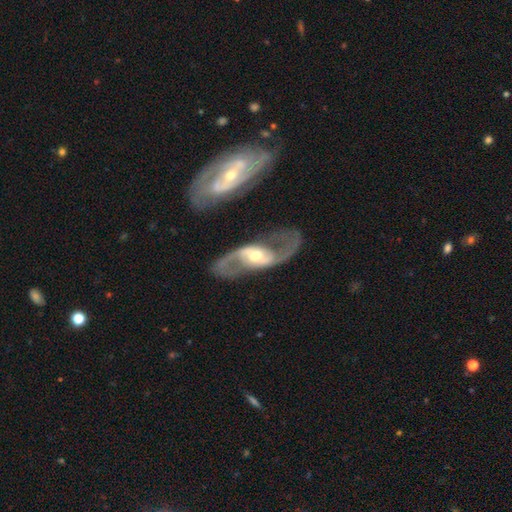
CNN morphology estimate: Q: Smooth or featured?
A: featured or disk (88%); runner-up: smooth (8%)
Q: Edge-on disk?
A: no (92%); runner-up: yes (8%)
Q: Bar?
A: weak (35%); runner-up: no (33%)
Q: Spiral arms?
A: yes (91%); runner-up: no (9%)
Q: Spiral winding?
A: loose (44%); runner-up: medium (43%)
Q: Spiral arm count?
A: 2 (91%); runner-up: can't tell (3%)
Q: Bulge size?
A: moderate (64%); runner-up: small (23%)
Q: Merging?
A: none (71%); runner-up: minor disturbance (12%)